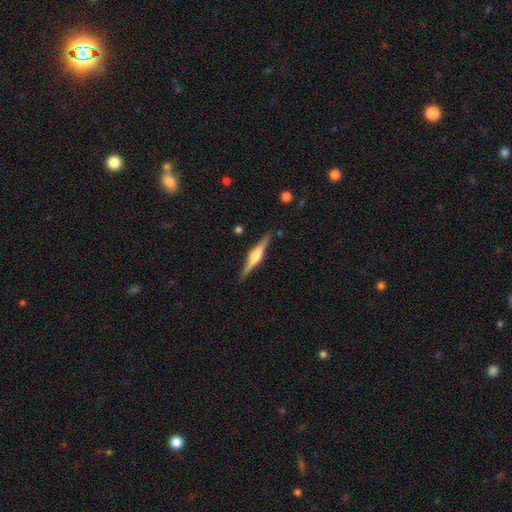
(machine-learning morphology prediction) smooth_or_featured: featured or disk (p=0.77) [alt: smooth p=0.18]
disk_edge_on: yes (p=0.98) [alt: no p=0.02]
edge_on_bulge: rounded (p=0.85) [alt: boxy p=0.12]
merging: none (p=0.89) [alt: minor disturbance p=0.08]